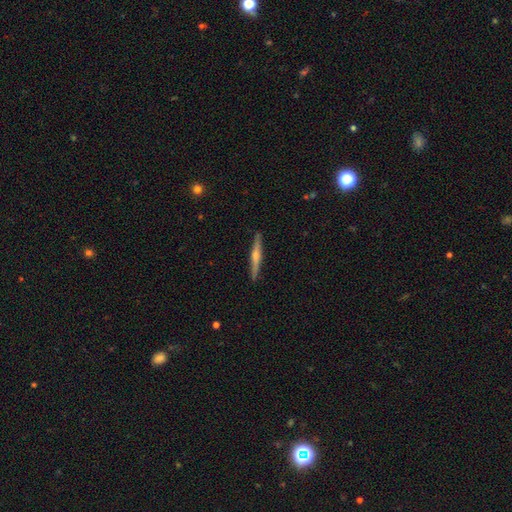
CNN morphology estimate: A featured or disk galaxy (66%) viewed edge-on (96%) with a rounded central bulge (84%).

Vote fractions:
- Smooth or featured? featured or disk: 66% / smooth: 25% / star or artifact: 9%
- Edge-on disk? yes: 96% / no: 4%
- Edge-on bulge? rounded: 84% / none: 10% / boxy: 6%
- Merging? none: 90% / minor disturbance: 7% / major disturbance: 2% / merger: 1%